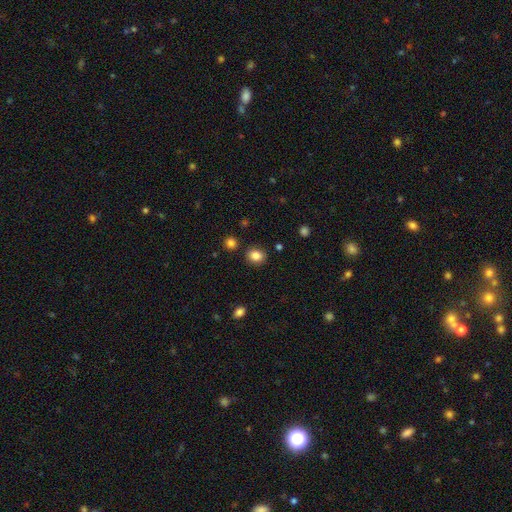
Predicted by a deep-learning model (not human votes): Smooth or featured?
  - smooth: 85% *
  - star or artifact: 10%
  - featured or disk: 5%
How rounded?
  - round: 59% *
  - in between: 40%
  - cigar-shaped: 1%
Merging?
  - none: 85% *
  - minor disturbance: 9%
  - merger: 3%
  - major disturbance: 3%